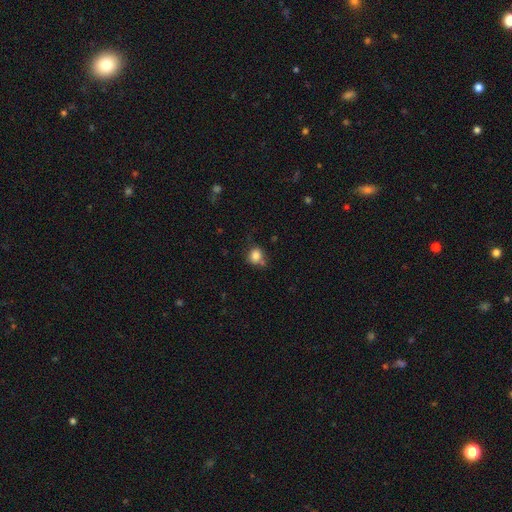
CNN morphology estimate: A smooth galaxy with no disk features (83%) that is round (73%). Merging: none (60%).